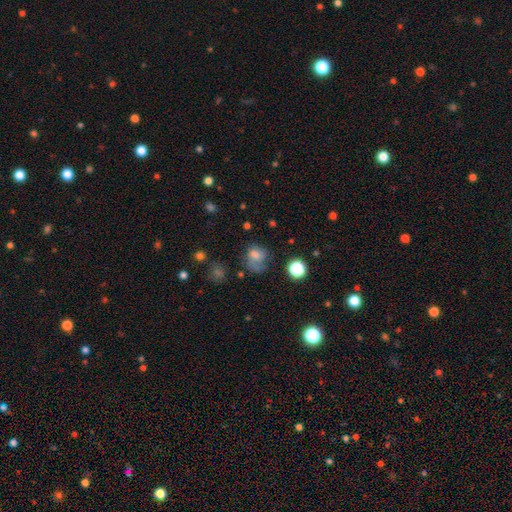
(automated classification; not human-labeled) smooth-or-featured: smooth: 62% | featured or disk: 22% | star or artifact: 15%
  how-rounded: round: 56% | in between: 43% | cigar-shaped: 1%
  merging: major disturbance: 34% (tied) | none: 34% (tied) | minor disturbance: 24% | merger: 8%